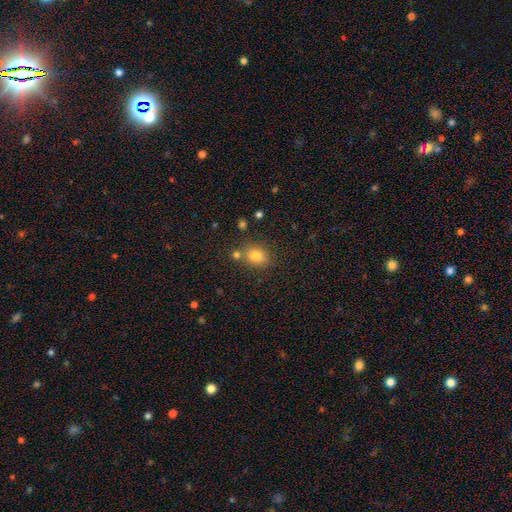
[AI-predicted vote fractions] Smooth or featured? smooth (80%)
How rounded? in between (57%)
Merging? none (70%)